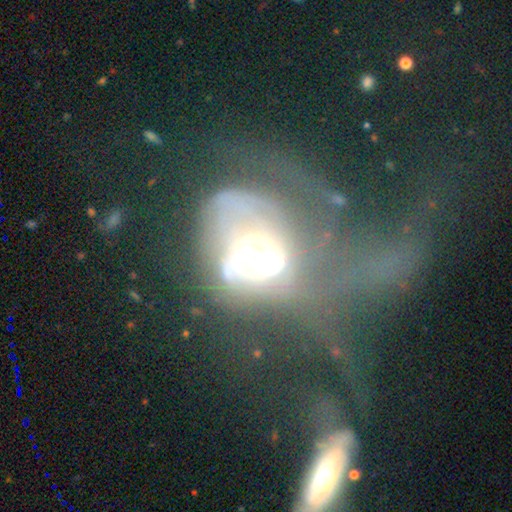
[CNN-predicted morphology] This appears to be a featured or disk galaxy (70%) with no bar (56%), spiral arms (67%) and a large central bulge (42%). Merging: major disturbance (57%).